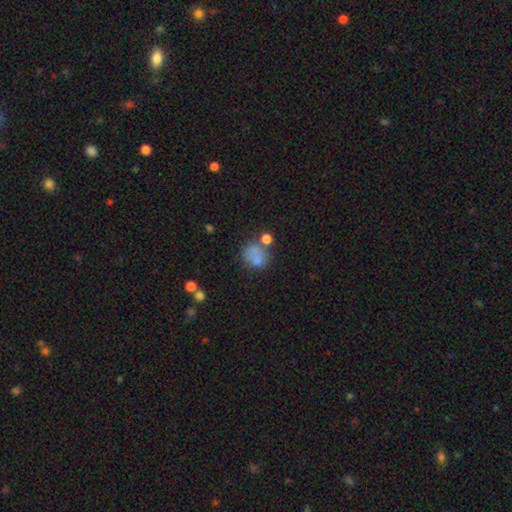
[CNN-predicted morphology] A smooth galaxy with no disk features (73%) that is round (71%).

Vote fractions:
- Smooth or featured? smooth: 73% / featured or disk: 14% / star or artifact: 13%
- How rounded? round: 71% / in between: 28% / cigar-shaped: 1%
- Merging? none: 43% / minor disturbance: 21% / merger: 21% / major disturbance: 15%